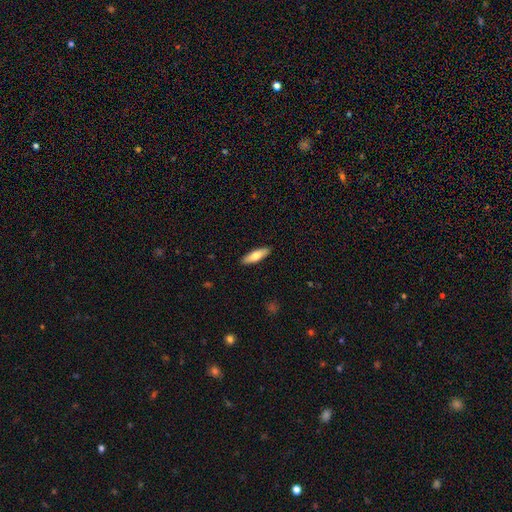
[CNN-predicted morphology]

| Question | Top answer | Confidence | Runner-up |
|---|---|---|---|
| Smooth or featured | smooth | 75% | featured or disk (20%) |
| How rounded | cigar-shaped | 56% | in between (43%) |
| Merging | none | 90% | minor disturbance (8%) |